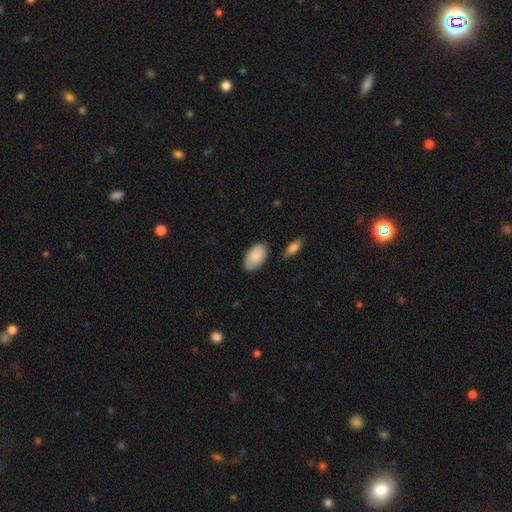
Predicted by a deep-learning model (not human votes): Smooth or featured?
  - smooth: 87% *
  - featured or disk: 7%
  - star or artifact: 6%
How rounded?
  - in between: 95% *
  - round: 3%
  - cigar-shaped: 2%
Merging?
  - none: 82% *
  - minor disturbance: 12%
  - merger: 3%
  - major disturbance: 3%